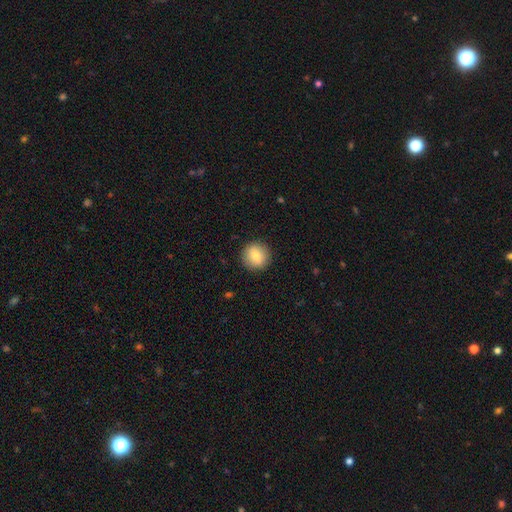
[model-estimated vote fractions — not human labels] smooth-or-featured: smooth: 80% | featured or disk: 12% | star or artifact: 8%
  how-rounded: round: 93% | in between: 6% | cigar-shaped: 1%
  merging: none: 91% | minor disturbance: 6% | major disturbance: 2% | merger: 1%